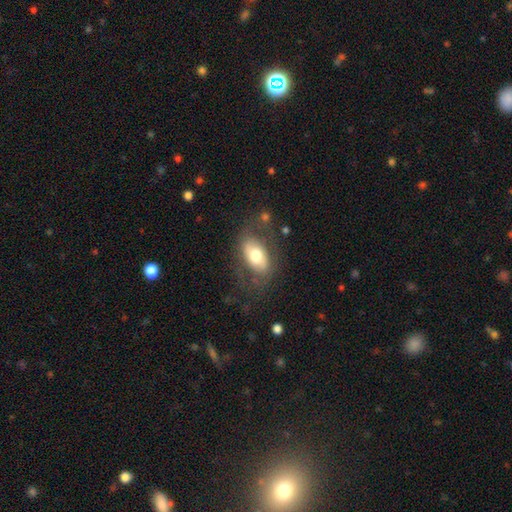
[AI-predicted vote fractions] This appears to be a smooth galaxy with no disk features (59%) that is in between round and cigar-shaped (90%). Merging: none (64%).